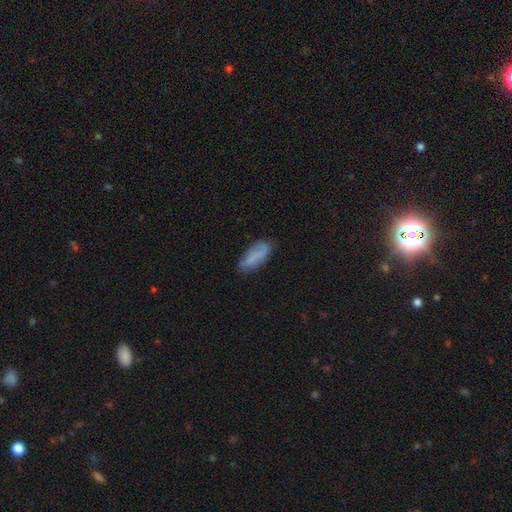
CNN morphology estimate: This is likely a smooth galaxy (74%). How rounded: likely in between (77%). Merging: likely none (68%).